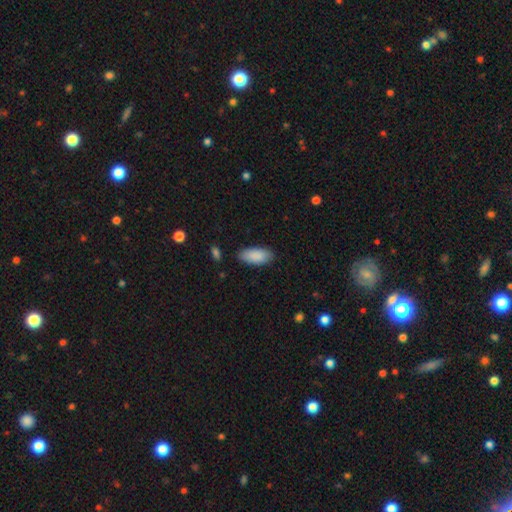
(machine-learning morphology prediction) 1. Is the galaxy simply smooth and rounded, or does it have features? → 89% smooth, 6% star or artifact, 5% featured or disk.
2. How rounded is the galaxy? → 89% in between, 9% cigar-shaped, 2% round.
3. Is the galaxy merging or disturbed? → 86% none, 10% minor disturbance, 2% major disturbance, 1% merger.